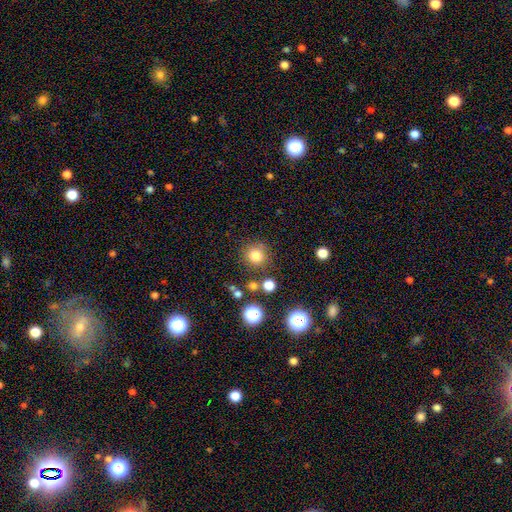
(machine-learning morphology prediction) A smooth galaxy with no disk features (79%) that is round (92%). Merging: none (82%).